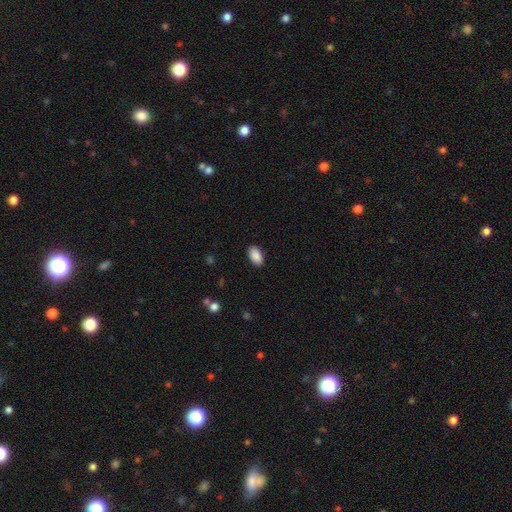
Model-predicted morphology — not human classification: smooth-or-featured: smooth: 90% | star or artifact: 7% | featured or disk: 4%
  how-rounded: in between: 94% | round: 4% | cigar-shaped: 2%
  merging: none: 88% | minor disturbance: 8% | major disturbance: 2% | merger: 1%